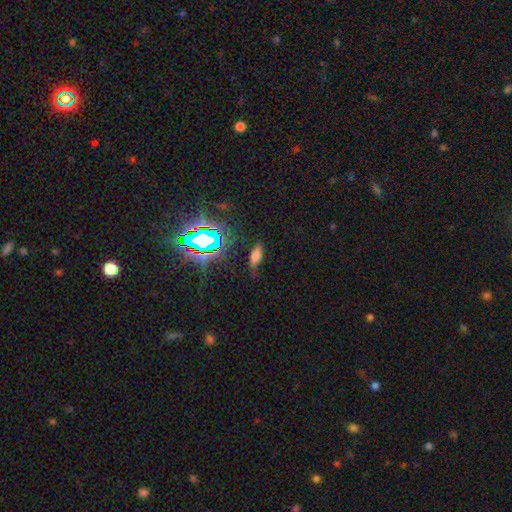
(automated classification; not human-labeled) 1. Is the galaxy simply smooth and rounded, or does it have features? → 57% smooth, 24% star or artifact, 18% featured or disk.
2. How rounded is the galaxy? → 60% in between, 35% cigar-shaped, 4% round.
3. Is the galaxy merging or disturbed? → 75% none, 17% minor disturbance, 6% major disturbance, 2% merger.